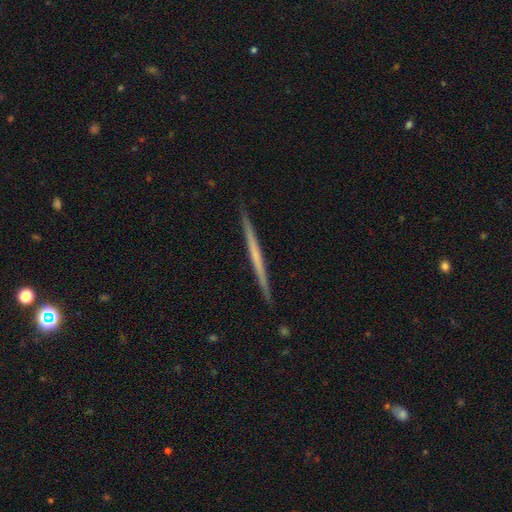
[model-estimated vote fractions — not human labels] A featured or disk galaxy (57%) viewed edge-on (98%) with no central bulge (88%).

Vote fractions:
- Smooth or featured? featured or disk: 57% / smooth: 38% / star or artifact: 6%
- Edge-on disk? yes: 98% / no: 2%
- Edge-on bulge? none: 88% / rounded: 8% / boxy: 4%
- Merging? none: 92% / minor disturbance: 6% / major disturbance: 1% / merger: 1%